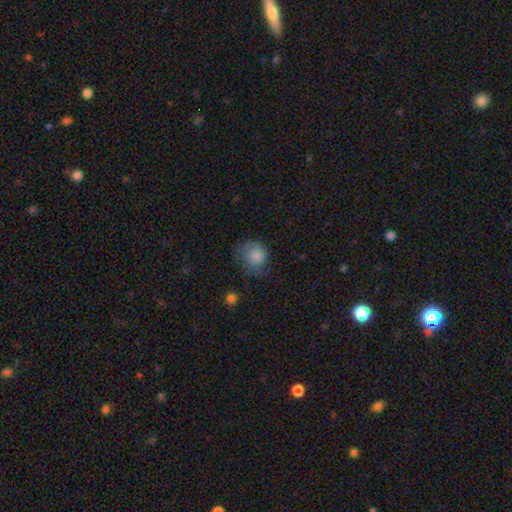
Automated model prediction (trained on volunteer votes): smooth-or-featured: smooth: 76% | featured or disk: 15% | star or artifact: 9%
  how-rounded: round: 72% | in between: 27% | cigar-shaped: 1%
  merging: none: 51% | minor disturbance: 29% | major disturbance: 18% | merger: 2%